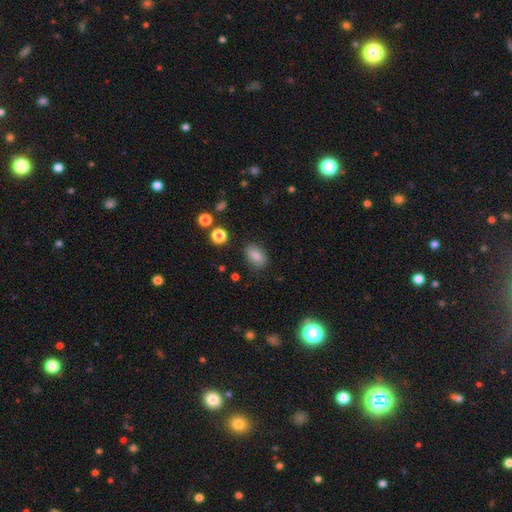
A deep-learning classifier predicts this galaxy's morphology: A smooth galaxy with no disk features (83%) that is in between round and cigar-shaped (84%). Merging: none (85%).